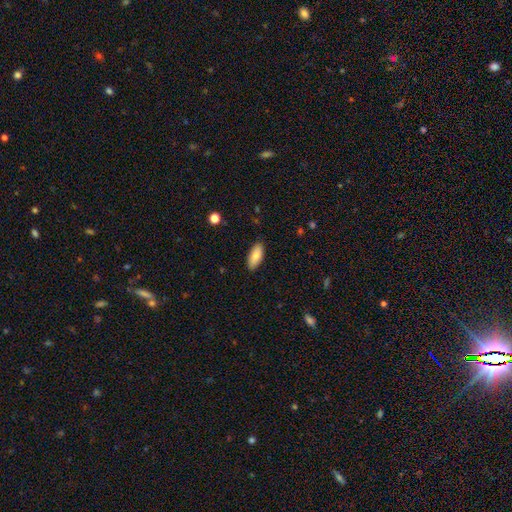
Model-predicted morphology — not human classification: smooth-or-featured: smooth: 83% | featured or disk: 10% | star or artifact: 6%
  how-rounded: in between: 83% | cigar-shaped: 15% | round: 2%
  merging: none: 88% | minor disturbance: 9% | major disturbance: 2% | merger: 1%